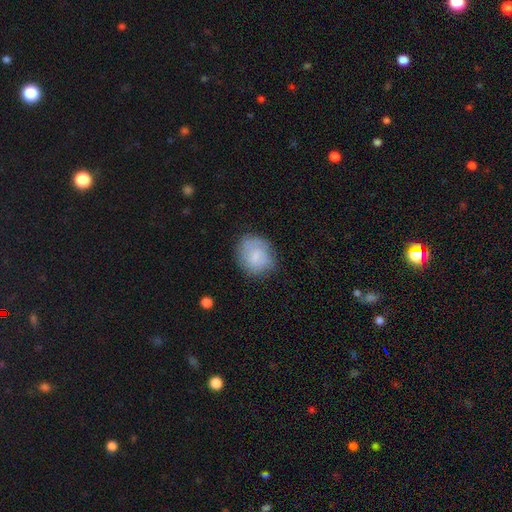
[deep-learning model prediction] A smooth galaxy with no disk features (69%) that is round (66%).

Vote fractions:
- Smooth or featured? smooth: 69% / featured or disk: 23% / star or artifact: 7%
- How rounded? round: 66% / in between: 33% / cigar-shaped: 1%
- Merging? none: 68% / minor disturbance: 23% / major disturbance: 8% / merger: 2%